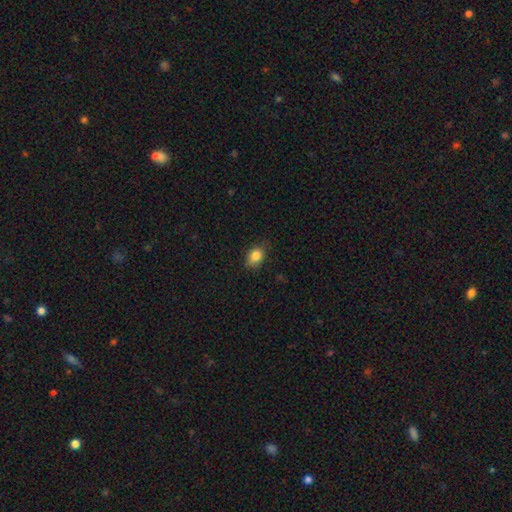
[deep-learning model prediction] Q: Smooth or featured?
A: smooth (83%); runner-up: star or artifact (10%)
Q: How rounded?
A: in between (72%); runner-up: round (26%)
Q: Merging?
A: none (73%); runner-up: minor disturbance (22%)